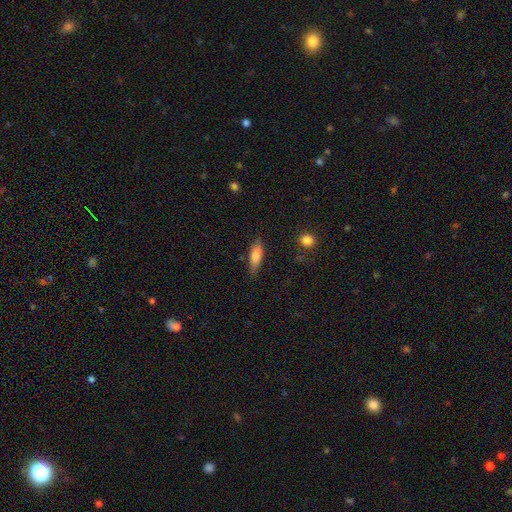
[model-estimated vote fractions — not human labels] Morphology: type=smooth (73%); roundness=in between (51%); merging=none (76%).